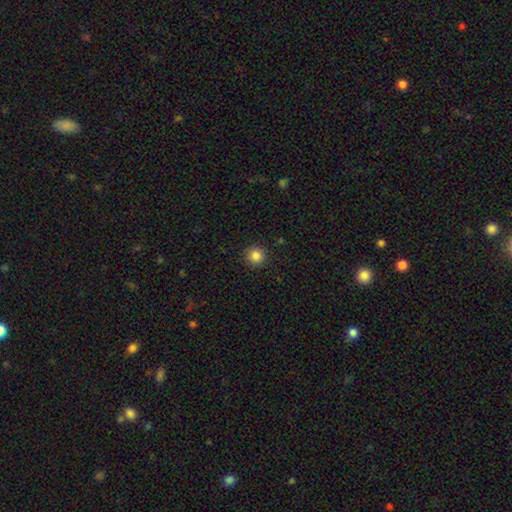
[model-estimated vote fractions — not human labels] Morphology: type=smooth (85%); roundness=round (95%); merging=none (91%).